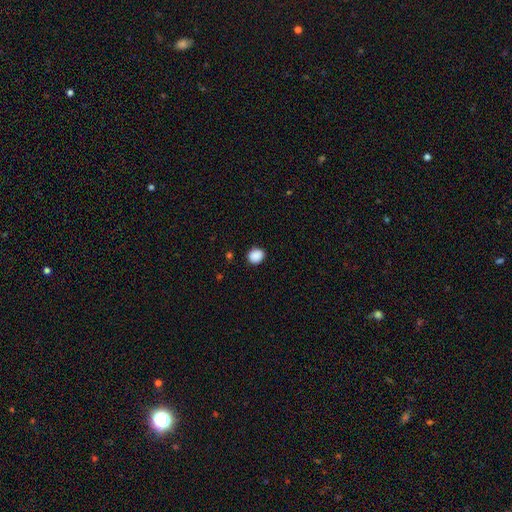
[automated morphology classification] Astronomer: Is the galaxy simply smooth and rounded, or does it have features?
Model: smooth — 89%.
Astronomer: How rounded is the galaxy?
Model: round — 68%.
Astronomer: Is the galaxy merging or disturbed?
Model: none — 88%.